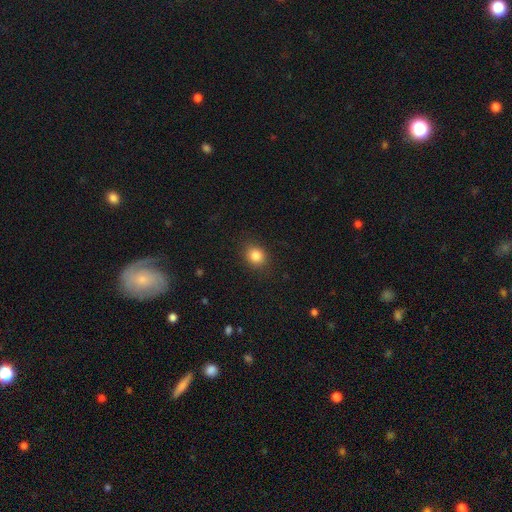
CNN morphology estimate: Smooth or featured? smooth (84%)
How rounded? round (70%)
Merging? none (88%)